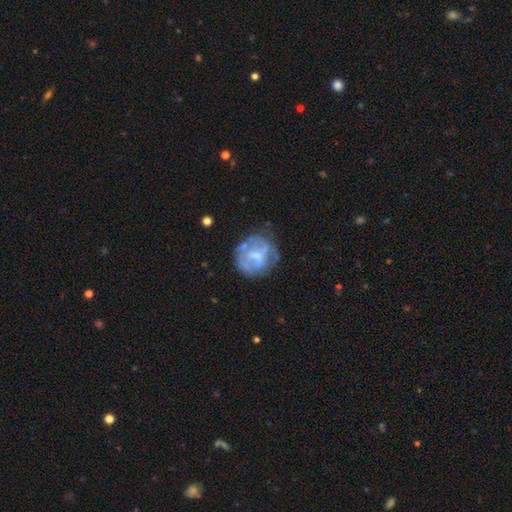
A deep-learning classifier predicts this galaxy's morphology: smooth_or_featured: featured or disk (p=0.60) [alt: smooth p=0.32]
disk_edge_on: no (p=0.98) [alt: yes p=0.02]
bar: no (p=0.46) [alt: weak p=0.43]
has_spiral_arms: no (p=0.65) [alt: yes p=0.35]
bulge_size: small (p=0.44) [alt: moderate p=0.36]
merging: none (p=0.58) [alt: minor disturbance p=0.23]